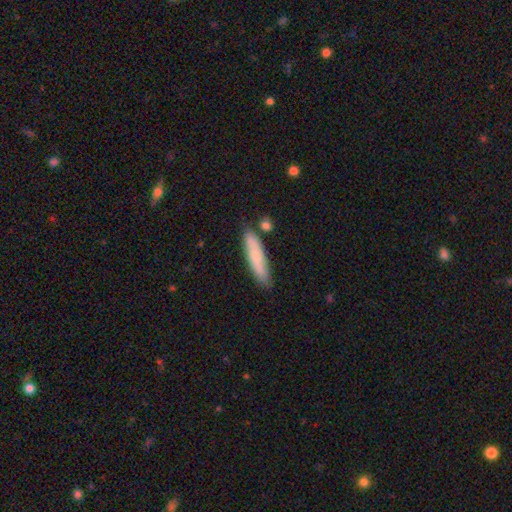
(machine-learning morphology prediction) A smooth galaxy with no disk features (71%) that is cigar-shaped (78%).

Vote fractions:
- Smooth or featured? smooth: 71% / featured or disk: 23% / star or artifact: 6%
- How rounded? cigar-shaped: 78% / in between: 20% / round: 2%
- Merging? none: 77% / minor disturbance: 15% / merger: 5% / major disturbance: 3%